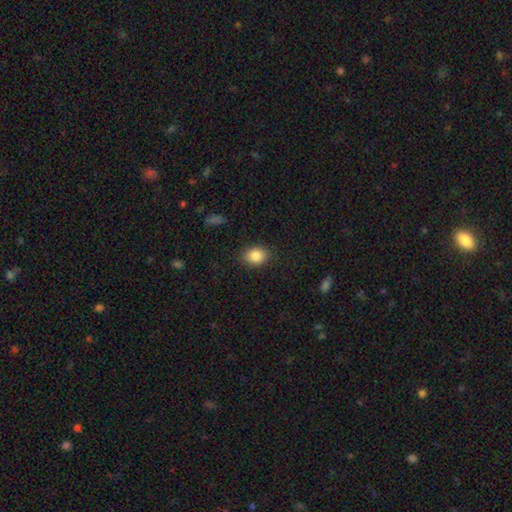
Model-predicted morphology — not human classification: A smooth galaxy with no disk features (86%) that is in between round and cigar-shaped (55%).

Vote fractions:
- Smooth or featured? smooth: 86% / star or artifact: 9% / featured or disk: 5%
- How rounded? in between: 55% / round: 44% / cigar-shaped: 1%
- Merging? none: 86% / minor disturbance: 10% / major disturbance: 3% / merger: 1%